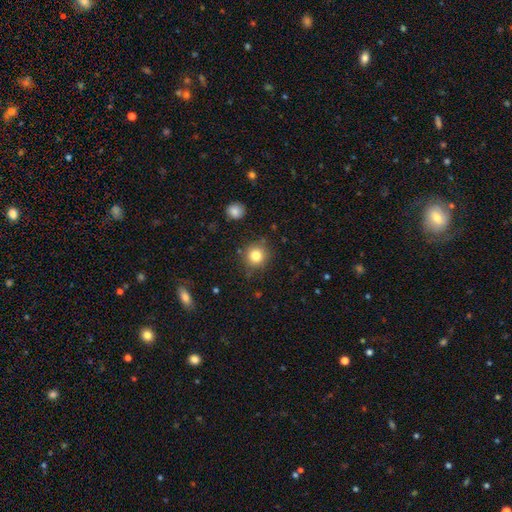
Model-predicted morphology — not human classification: smooth 82%, star or artifact 11%, featured or disk 7%. Down the decision tree: how rounded — round (92%); merging — none (83%).